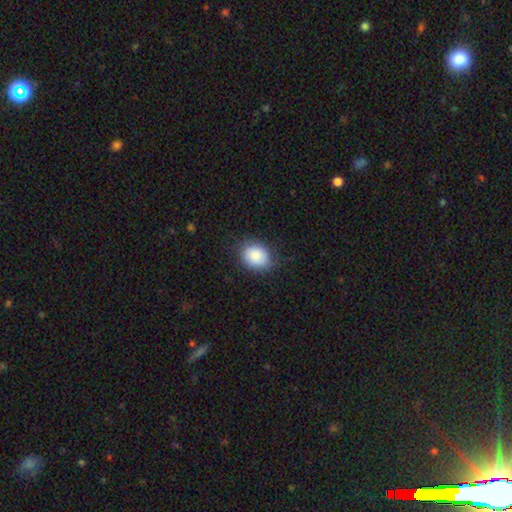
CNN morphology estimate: This is clearly a smooth galaxy (87%). How rounded: possibly in between (53%). Merging: likely none (77%).